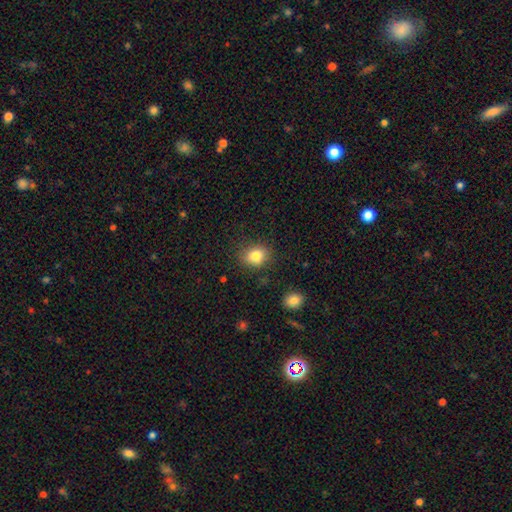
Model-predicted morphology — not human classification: type=smooth (82%); roundness=round (55%); merging=none (82%).